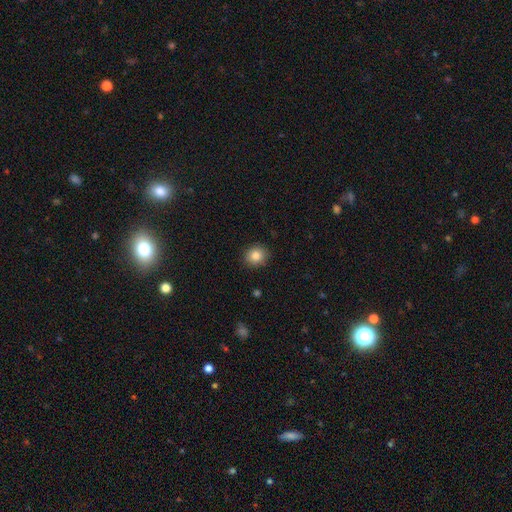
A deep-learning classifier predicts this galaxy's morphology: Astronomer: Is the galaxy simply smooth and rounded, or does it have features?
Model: smooth — 83%.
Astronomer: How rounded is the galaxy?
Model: round — 81%.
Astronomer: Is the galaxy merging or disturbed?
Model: none — 90%.